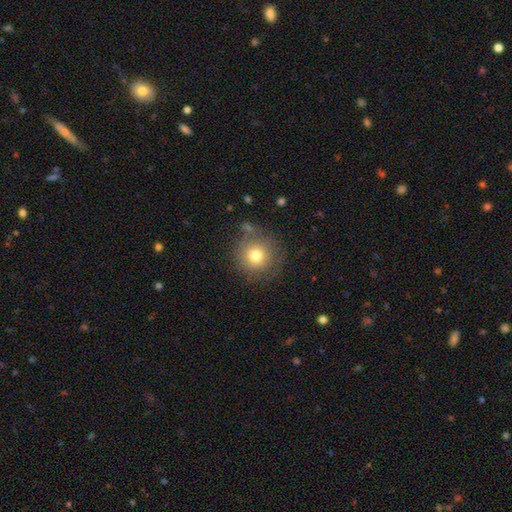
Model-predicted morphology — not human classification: Smooth or featured?
  - smooth: 76% *
  - featured or disk: 13%
  - star or artifact: 11%
How rounded?
  - round: 94% *
  - in between: 5%
  - cigar-shaped: 1%
Merging?
  - none: 78% *
  - minor disturbance: 13%
  - major disturbance: 5%
  - merger: 4%